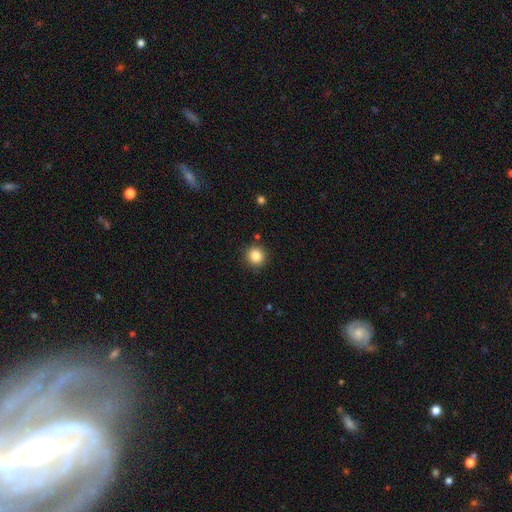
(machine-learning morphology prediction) Q: Smooth or featured?
A: smooth (85%); runner-up: star or artifact (10%)
Q: How rounded?
A: round (92%); runner-up: in between (7%)
Q: Merging?
A: none (88%); runner-up: minor disturbance (7%)